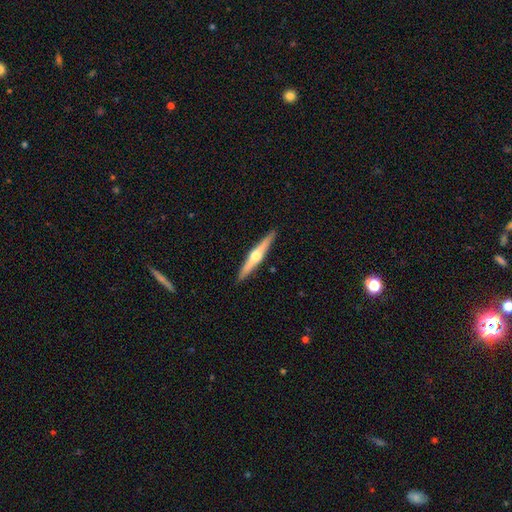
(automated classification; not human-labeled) This is likely a featured or disk galaxy (72%). It is clearly viewed edge-on (98%). Edge-on bulge: clearly rounded (94%). Merging: clearly none (92%).